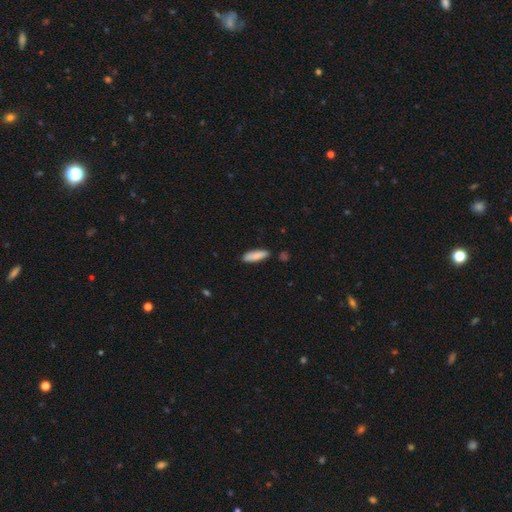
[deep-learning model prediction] This is clearly a smooth galaxy (86%). How rounded: possibly cigar-shaped (58%). Merging: clearly none (86%).